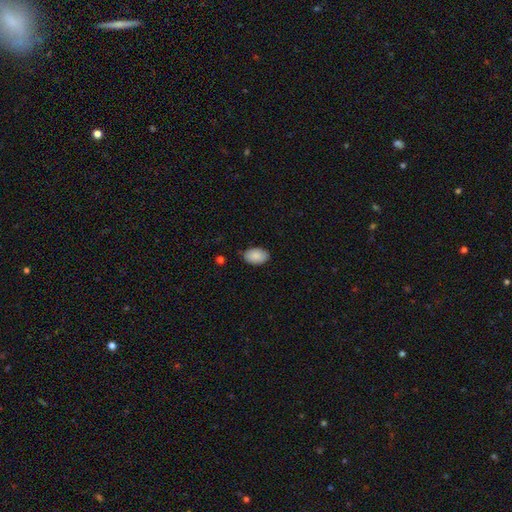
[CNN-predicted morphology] The model was most divided on "merging": none: 85%, minor disturbance: 12%, major disturbance: 2%, merger: 1%. More confident: how rounded — in between (92%); smooth or featured — smooth (89%).